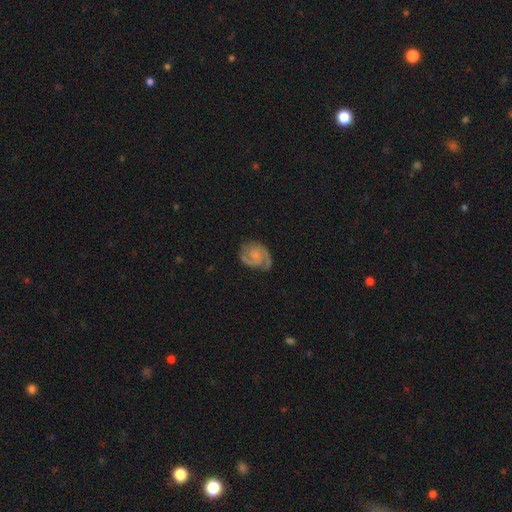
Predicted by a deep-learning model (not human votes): The model was most divided on "spiral winding": medium: 46%, tight: 42%, loose: 12%. Remaining: edge-on disk — no (98%); spiral arms — yes (97%); spiral arm count — 2 (84%); smooth or featured — featured or disk (82%); merging — none (73%); bar — no (65%); bulge size — none (44%).